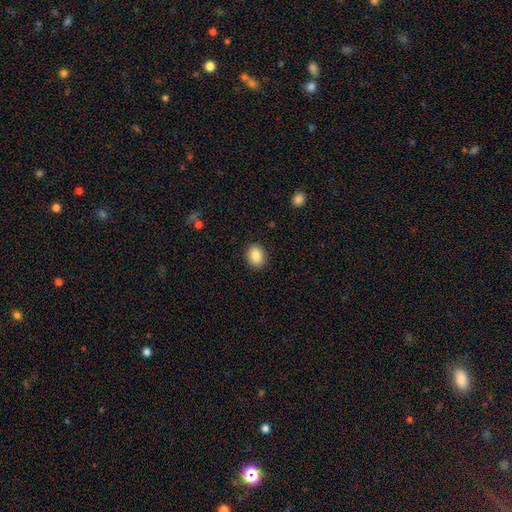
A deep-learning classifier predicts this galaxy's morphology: type=smooth (87%); roundness=round (50%); merging=none (90%).